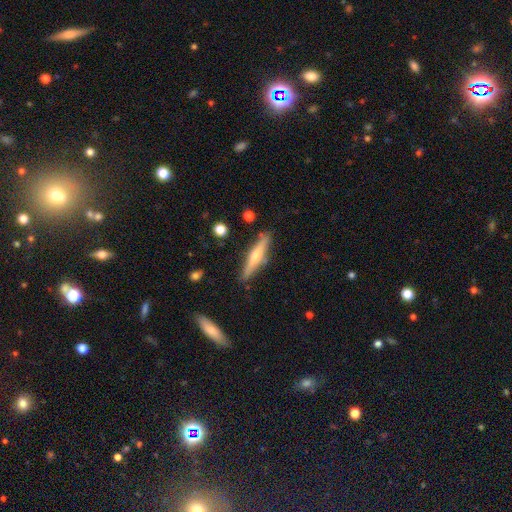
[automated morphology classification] A featured or disk galaxy (58%) viewed edge-on (95%) with a rounded central bulge (86%).

Vote fractions:
- Smooth or featured? featured or disk: 58% / smooth: 36% / star or artifact: 6%
- Edge-on disk? yes: 95% / no: 5%
- Edge-on bulge? rounded: 86% / none: 9% / boxy: 5%
- Merging? none: 84% / minor disturbance: 11% / merger: 3% / major disturbance: 2%